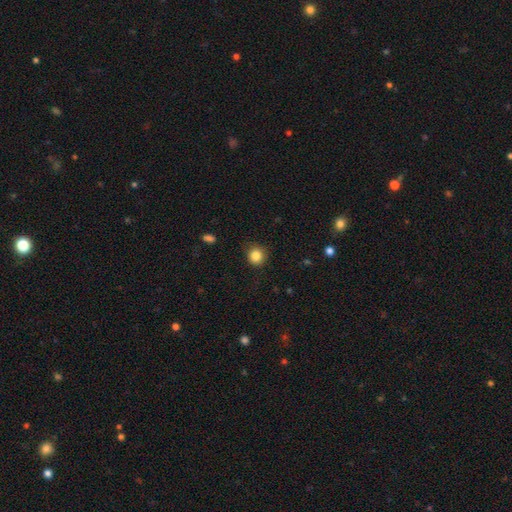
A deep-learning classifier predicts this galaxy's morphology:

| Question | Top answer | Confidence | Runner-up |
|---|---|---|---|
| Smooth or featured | smooth | 85% | star or artifact (11%) |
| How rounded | round | 89% | in between (10%) |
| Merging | none | 84% | minor disturbance (12%) |